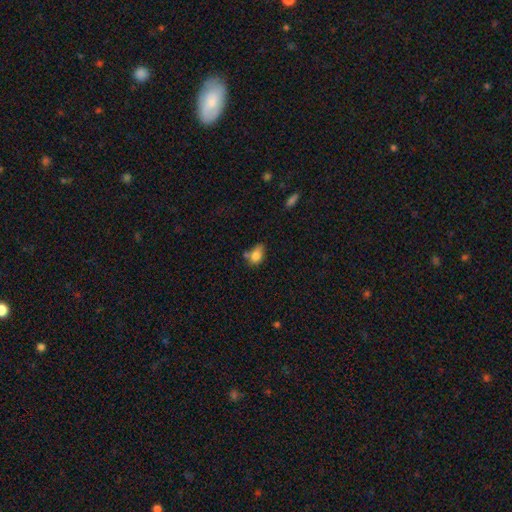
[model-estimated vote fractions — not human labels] Overall: smooth (78%). How rounded: in between (74%). Merging: none (42%; minor disturbance 29%).